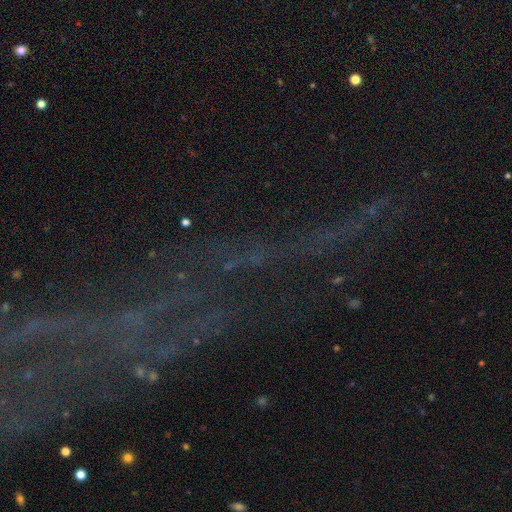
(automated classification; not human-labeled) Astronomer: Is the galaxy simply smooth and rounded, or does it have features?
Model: star or artifact — 67%.